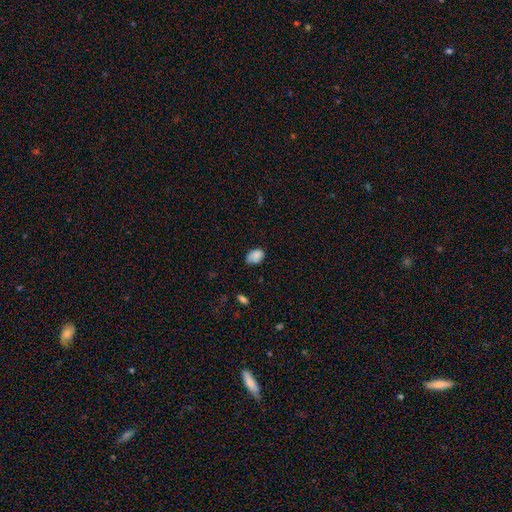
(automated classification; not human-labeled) A smooth galaxy with no disk features (85%) that is in between round and cigar-shaped (84%). Merging: none (60%).